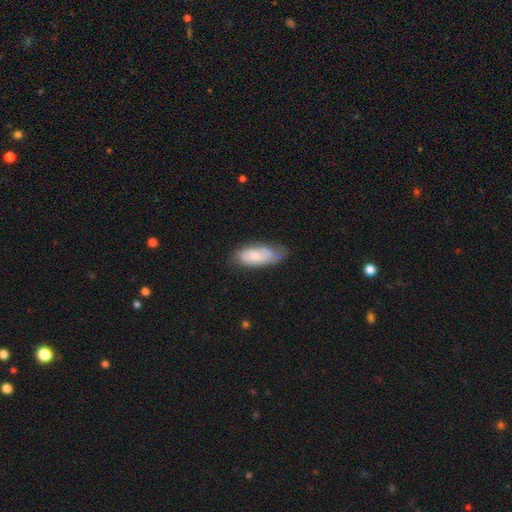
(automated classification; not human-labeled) smooth_or_featured: smooth (p=0.56) [alt: featured or disk p=0.37]
how_rounded: in between (p=0.81) [alt: cigar-shaped p=0.17]
merging: none (p=0.55) [alt: minor disturbance p=0.32]